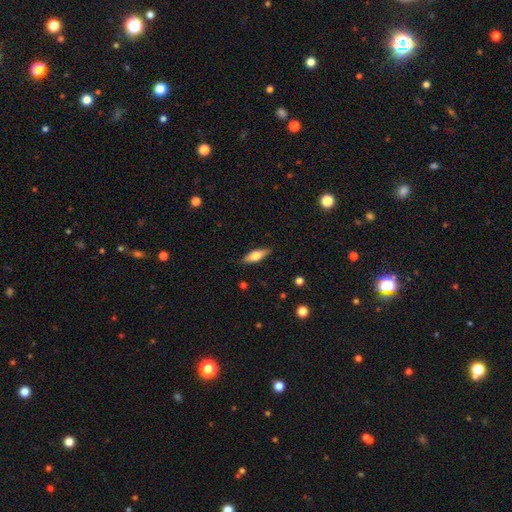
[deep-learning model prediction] This appears to be a smooth galaxy with no disk features (53%) that is in between round and cigar-shaped (53%). Merging: none (88%).